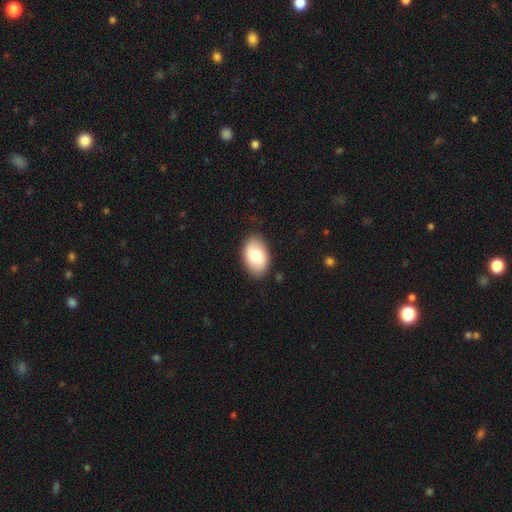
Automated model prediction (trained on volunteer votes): This appears to be a smooth galaxy with no disk features (75%) that is in between round and cigar-shaped (90%). Merging: none (86%).